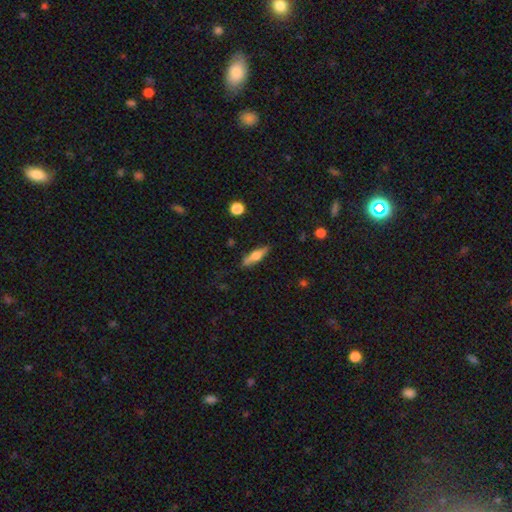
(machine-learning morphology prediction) Smooth or featured? Predicted: smooth (p=0.50). Merging? Predicted: none (p=0.82).